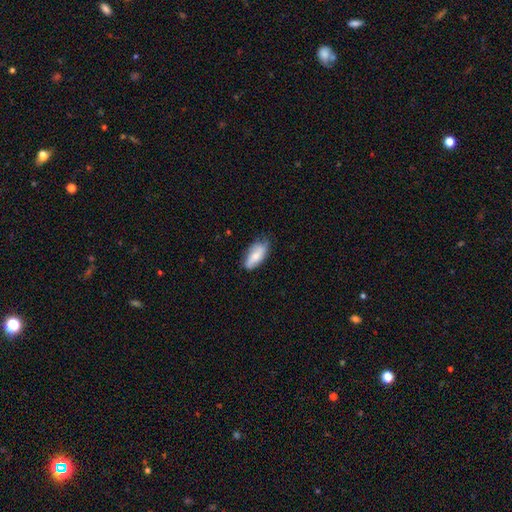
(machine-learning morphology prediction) Smooth or featured? smooth (64%)
How rounded? in between (86%)
Merging? none (65%)